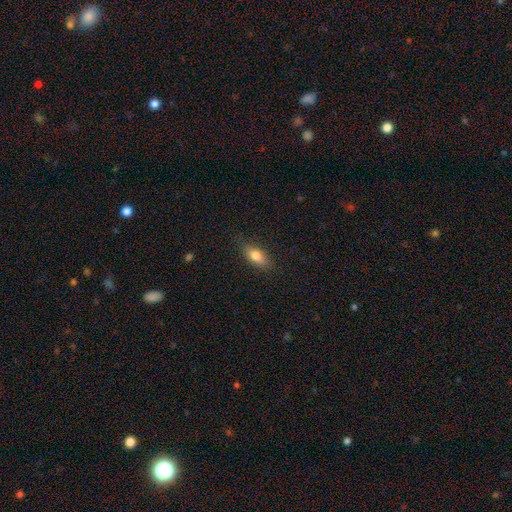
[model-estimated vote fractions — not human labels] Overall: smooth (78%). How rounded: in between (81%). Merging: none (84%).